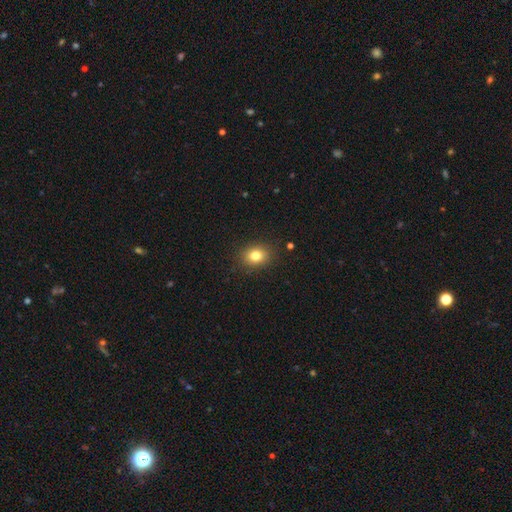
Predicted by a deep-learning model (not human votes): Overall: smooth (80%). How rounded: in between (49%, tied with round). Merging: none (88%).